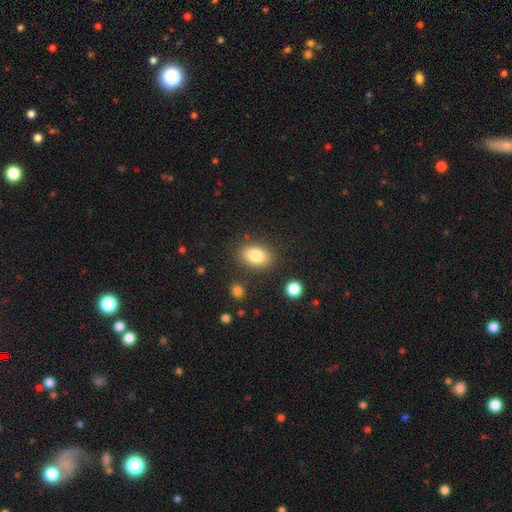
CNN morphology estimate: Smooth or featured? smooth (83%)
How rounded? in between (82%)
Merging? none (84%)